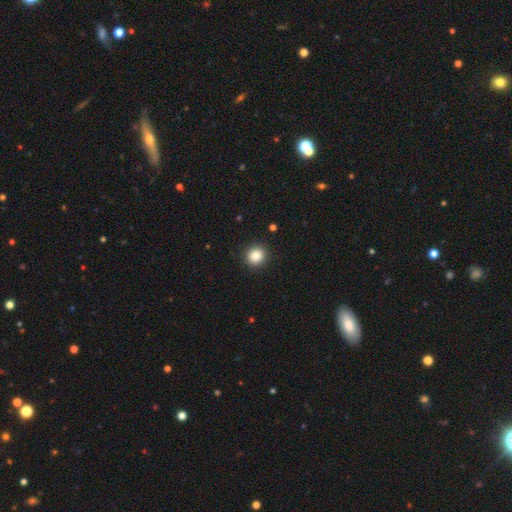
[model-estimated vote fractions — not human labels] A smooth galaxy with no disk features (85%) that is round (88%).

Vote fractions:
- Smooth or featured? smooth: 85% / star or artifact: 10% / featured or disk: 4%
- How rounded? round: 88% / in between: 11% / cigar-shaped: 1%
- Merging? none: 91% / minor disturbance: 6% / major disturbance: 2% / merger: 1%